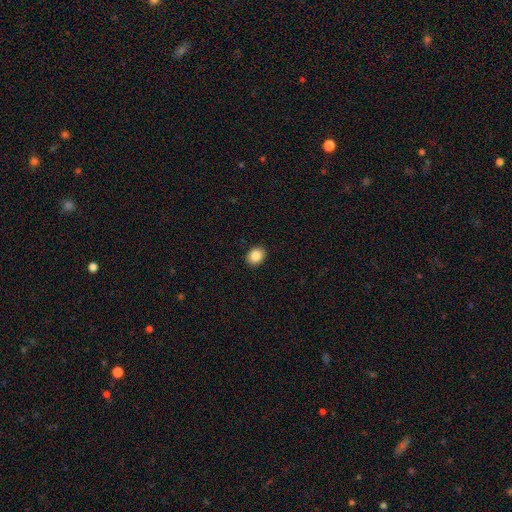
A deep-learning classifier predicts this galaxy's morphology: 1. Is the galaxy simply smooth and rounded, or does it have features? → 87% smooth, 9% star or artifact, 5% featured or disk.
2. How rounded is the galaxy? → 53% in between, 46% round, 1% cigar-shaped.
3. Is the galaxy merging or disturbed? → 91% none, 6% minor disturbance, 2% major disturbance, 1% merger.